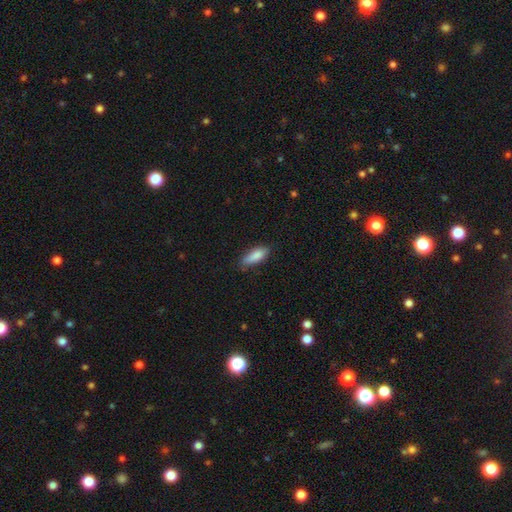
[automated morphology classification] smooth 85%, featured or disk 9%, star or artifact 6%. Down the decision tree: how rounded — in between (62%); merging — none (73%).